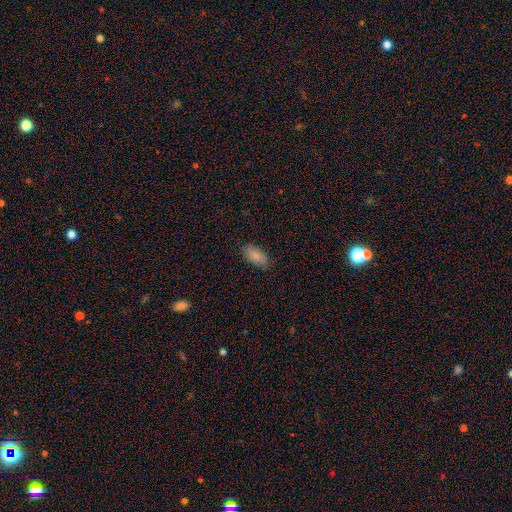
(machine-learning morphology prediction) A smooth galaxy with no disk features (88%) that is in between round and cigar-shaped (92%). Merging: none (85%).